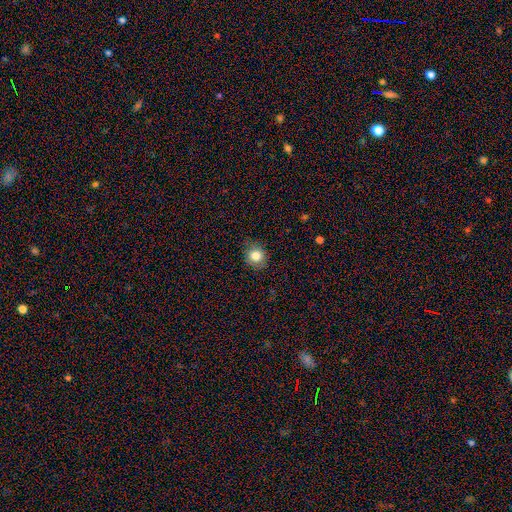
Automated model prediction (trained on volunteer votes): Smooth or featured? smooth (82%)
How rounded? round (78%)
Merging? none (81%)